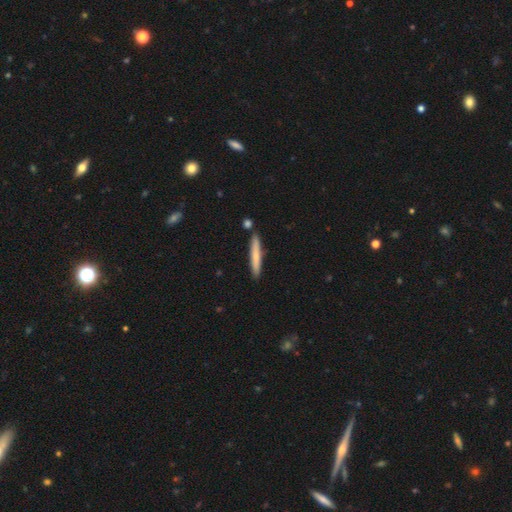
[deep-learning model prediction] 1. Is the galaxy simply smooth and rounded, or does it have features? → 70% smooth, 24% featured or disk, 6% star or artifact.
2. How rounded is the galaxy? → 95% cigar-shaped, 4% in between, 1% round.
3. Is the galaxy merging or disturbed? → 85% none, 9% minor disturbance, 5% merger, 2% major disturbance.